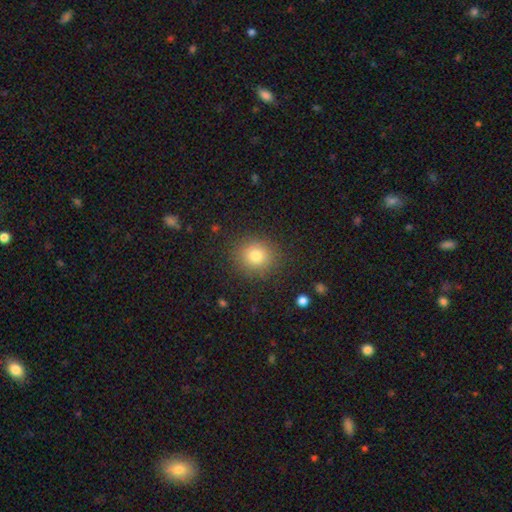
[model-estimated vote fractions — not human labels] Smooth or featured? smooth (79%)
How rounded? round (85%)
Merging? none (87%)